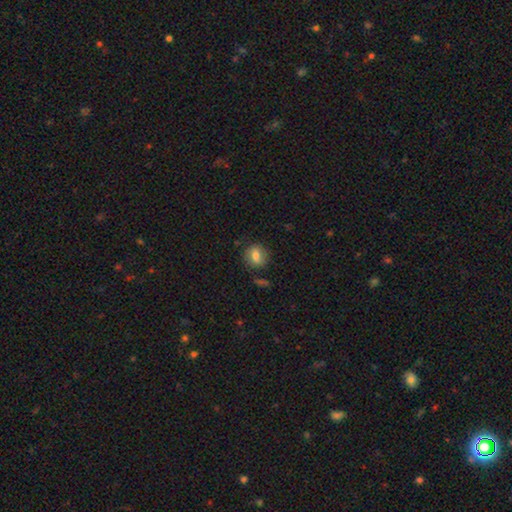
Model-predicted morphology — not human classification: smooth 77%, featured or disk 14%, star or artifact 9%. Down the decision tree: how rounded — round (64%); merging — none (79%).